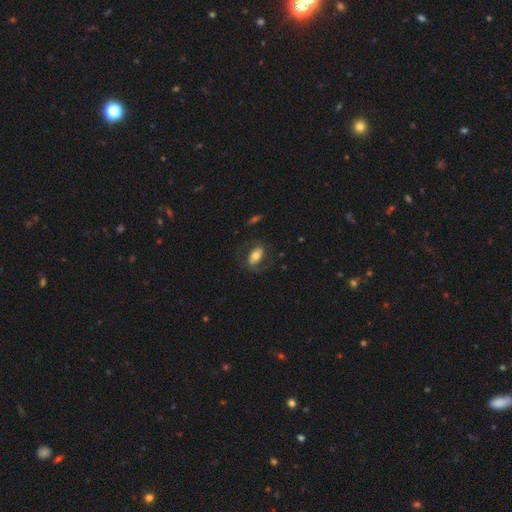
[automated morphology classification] Smooth or featured? featured or disk (48%)
Merging? none (66%)